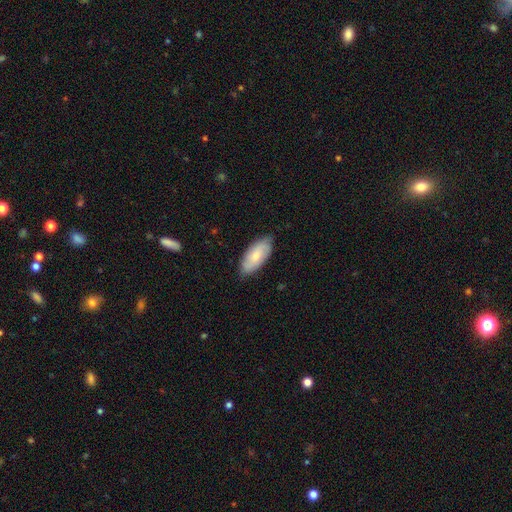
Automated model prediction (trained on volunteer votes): The model was most divided on "smooth or featured": smooth: 65%, featured or disk: 29%, star or artifact: 6%. More confident: how rounded — in between (88%); merging — none (80%).